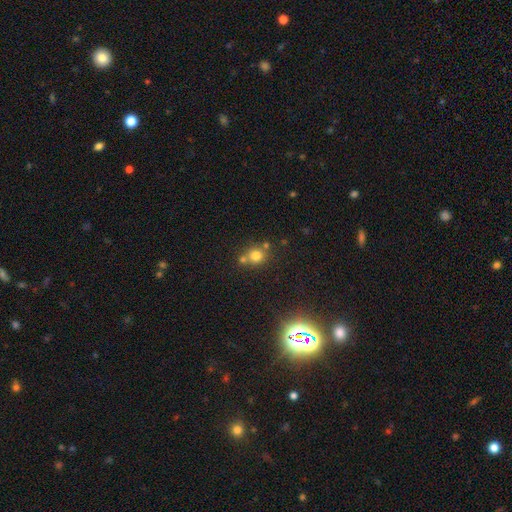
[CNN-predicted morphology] The model was most divided on "merging": none: 59%, merger: 28%, minor disturbance: 9%, major disturbance: 3%. More confident: how rounded — round (86%); smooth or featured — smooth (74%).